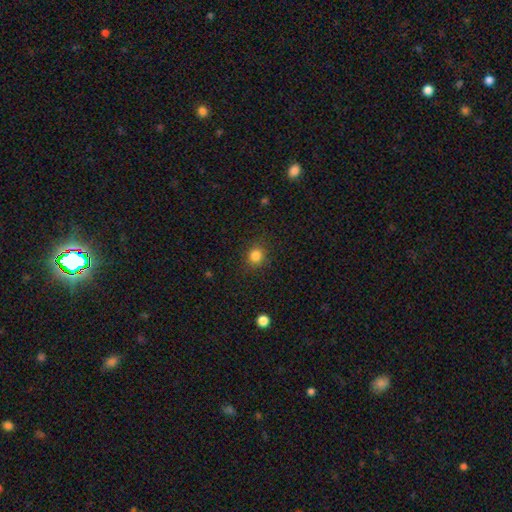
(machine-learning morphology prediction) The model was most divided on "smooth or featured": smooth: 84%, star or artifact: 12%, featured or disk: 4%. More confident: merging — none (88%); how rounded — round (86%).